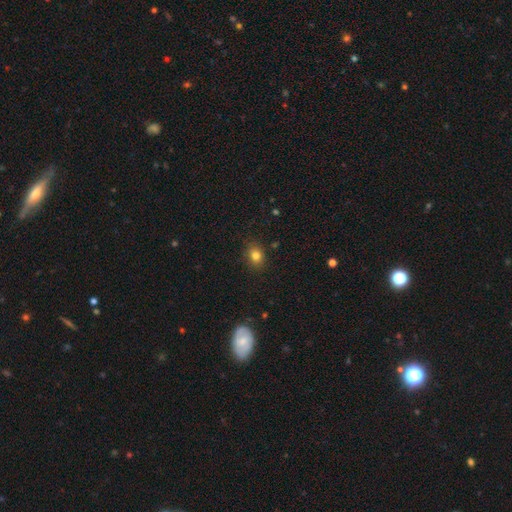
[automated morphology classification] Smooth or featured: smooth — 80% (star or artifact — 13%)
How rounded: round — 52% (in between — 47%)
Merging: none — 86% (minor disturbance — 10%)